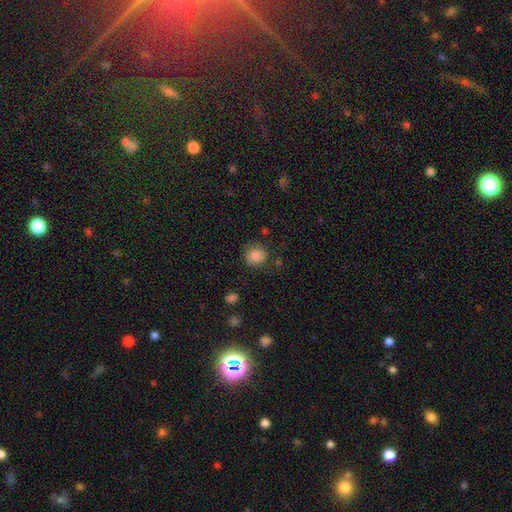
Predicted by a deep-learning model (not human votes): Smooth or featured: smooth — 81% (featured or disk — 9%)
How rounded: round — 87% (in between — 12%)
Merging: none — 76% (minor disturbance — 16%)